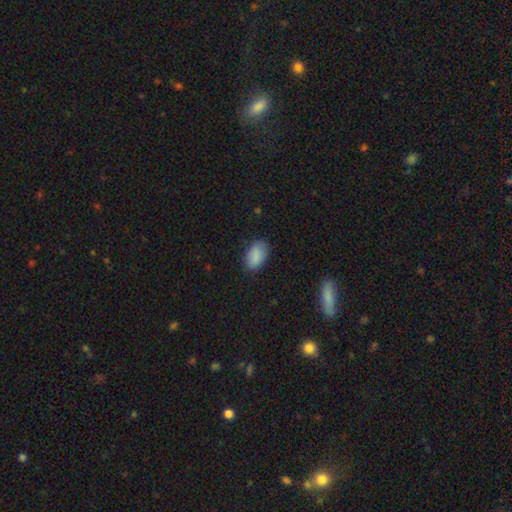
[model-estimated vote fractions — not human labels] Overall: smooth (87%). How rounded: in between (92%). Merging: none (80%).